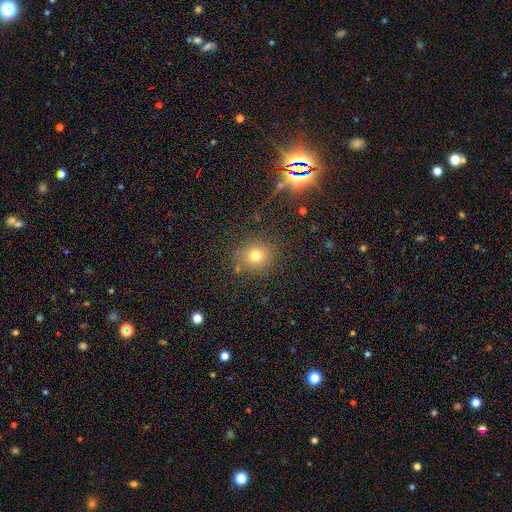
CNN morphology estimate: A smooth galaxy with no disk features (74%) that is round (86%).

Vote fractions:
- Smooth or featured? smooth: 74% / star or artifact: 17% / featured or disk: 8%
- How rounded? round: 86% / in between: 13% / cigar-shaped: 1%
- Merging? none: 82% / minor disturbance: 10% / major disturbance: 4% / merger: 4%